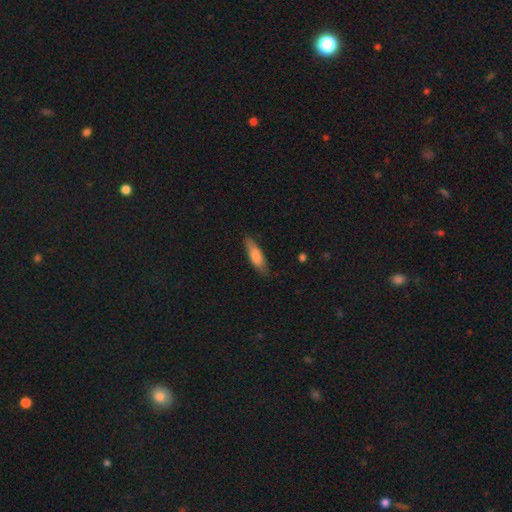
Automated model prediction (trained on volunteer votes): This appears to be a smooth galaxy with no disk features (71%) that is cigar-shaped (61%). Merging: none (84%).